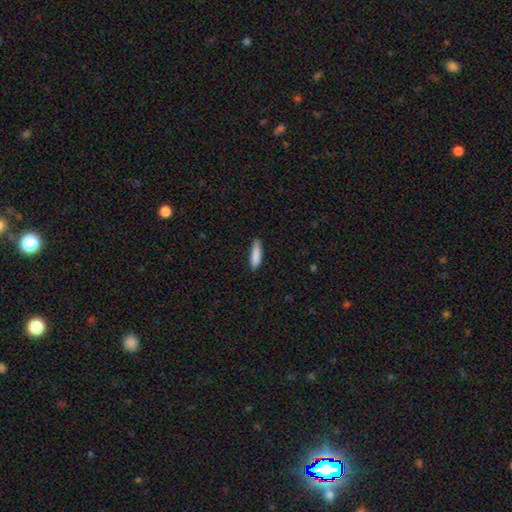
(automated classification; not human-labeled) Q: Smooth or featured?
A: smooth (87%); runner-up: featured or disk (7%)
Q: How rounded?
A: cigar-shaped (71%); runner-up: in between (28%)
Q: Merging?
A: none (82%); runner-up: minor disturbance (14%)